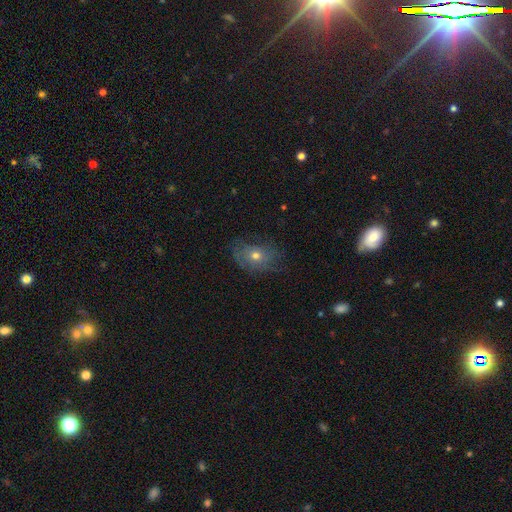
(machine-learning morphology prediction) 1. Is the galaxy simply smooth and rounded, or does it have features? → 50% smooth, 39% featured or disk, 12% star or artifact.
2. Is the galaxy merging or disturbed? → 60% none, 25% minor disturbance, 13% major disturbance, 1% merger.